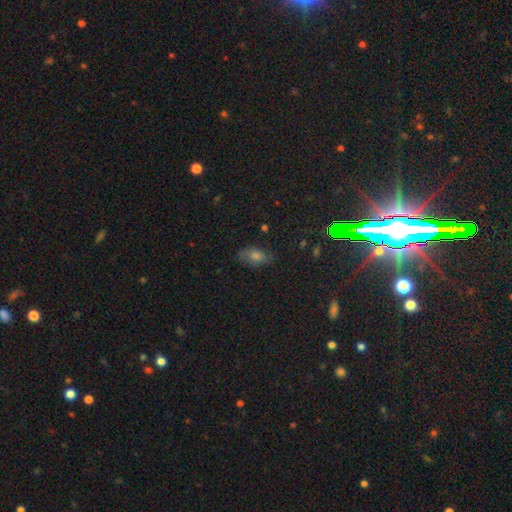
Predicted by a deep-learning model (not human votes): The model was most divided on "smooth or featured": smooth: 50%, star or artifact: 30%, featured or disk: 20%. More confident: how rounded — in between (83%); merging — none (73%).